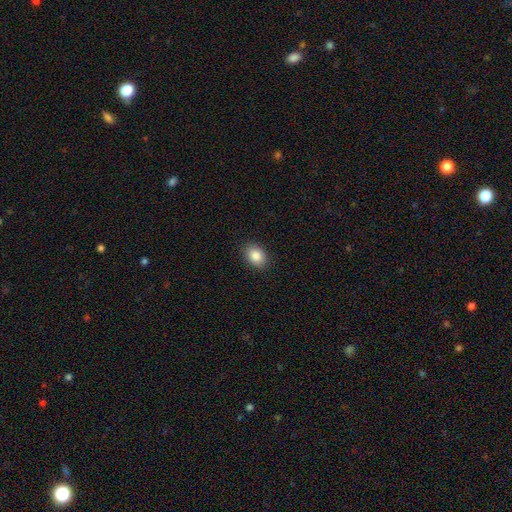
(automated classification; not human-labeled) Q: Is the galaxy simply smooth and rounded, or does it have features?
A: smooth — 87%.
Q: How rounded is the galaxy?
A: in between — 72%.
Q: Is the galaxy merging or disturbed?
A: none — 89%.